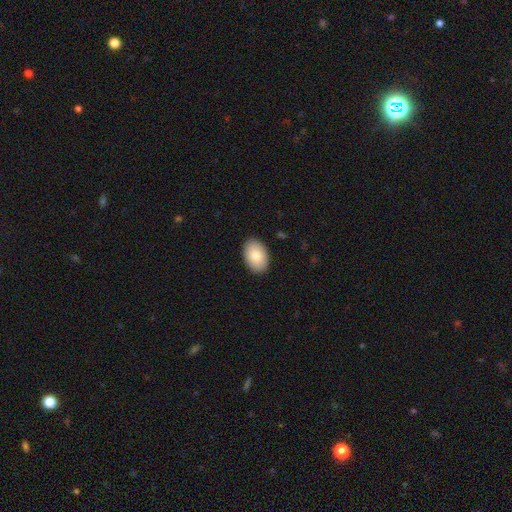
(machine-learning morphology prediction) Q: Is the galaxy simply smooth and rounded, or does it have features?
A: smooth — 84%.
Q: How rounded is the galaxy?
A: in between — 89%.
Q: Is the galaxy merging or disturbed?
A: none — 89%.